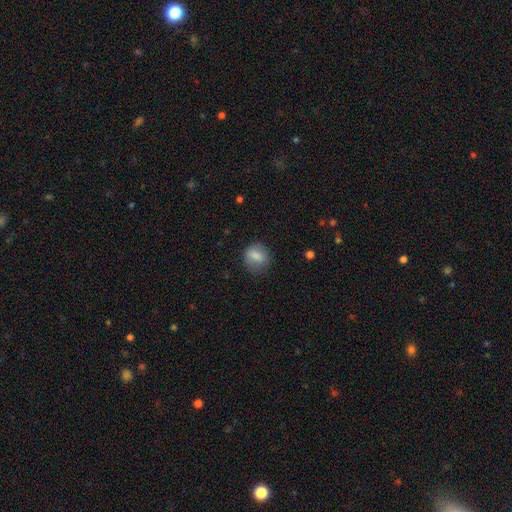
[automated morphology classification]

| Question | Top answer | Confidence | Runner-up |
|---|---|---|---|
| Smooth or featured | smooth | 80% | featured or disk (12%) |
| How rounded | round | 65% | in between (33%) |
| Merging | none | 77% | minor disturbance (16%) |